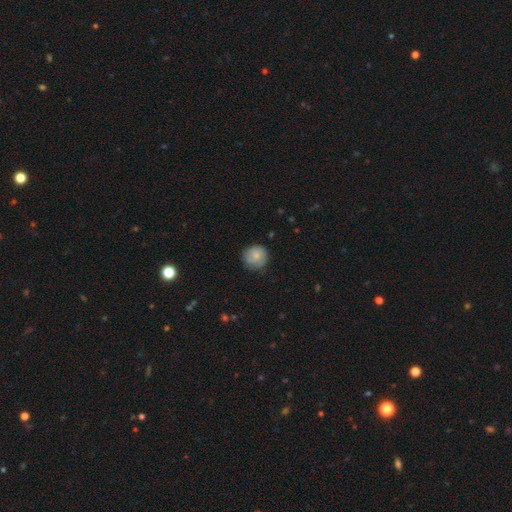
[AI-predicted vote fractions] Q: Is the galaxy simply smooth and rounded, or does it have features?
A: smooth — 77%.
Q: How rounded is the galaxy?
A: round — 90%.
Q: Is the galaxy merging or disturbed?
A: none — 74%.